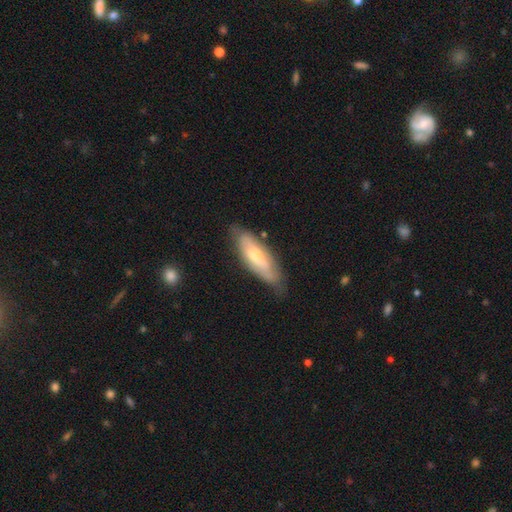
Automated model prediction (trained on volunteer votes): smooth_or_featured: smooth (p=0.53) [alt: featured or disk p=0.41]
how_rounded: in between (p=0.55) [alt: cigar-shaped p=0.43]
merging: none (p=0.68) [alt: minor disturbance p=0.25]